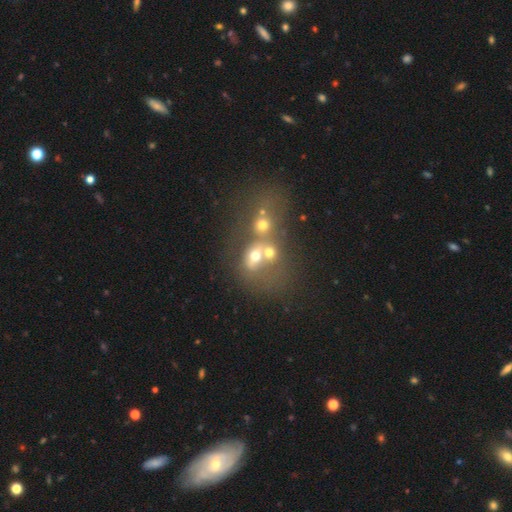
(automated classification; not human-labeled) Smooth or featured? Predicted: smooth (p=0.46). Merging? Predicted: merger (p=0.59).